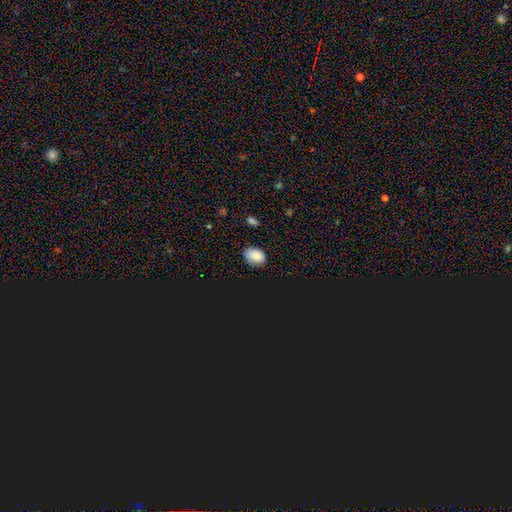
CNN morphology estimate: smooth 82%, star or artifact 13%, featured or disk 5%. Down the decision tree: how rounded — in between (76%); merging — none (76%).